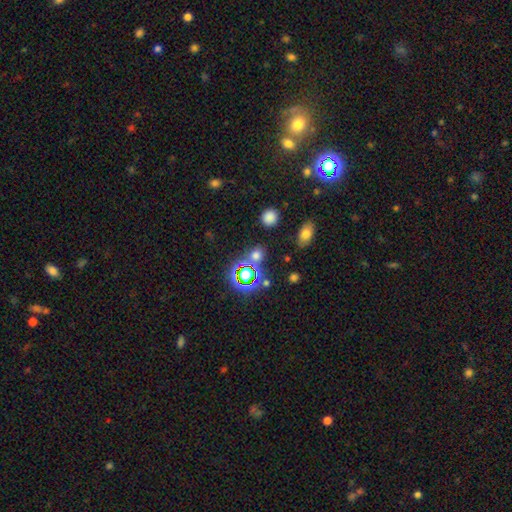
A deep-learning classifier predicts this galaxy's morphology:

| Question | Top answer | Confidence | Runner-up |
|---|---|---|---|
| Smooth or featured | smooth | 51% | star or artifact (41%) |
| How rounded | round | 67% | in between (31%) |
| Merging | none | 75% | merger (10%) |